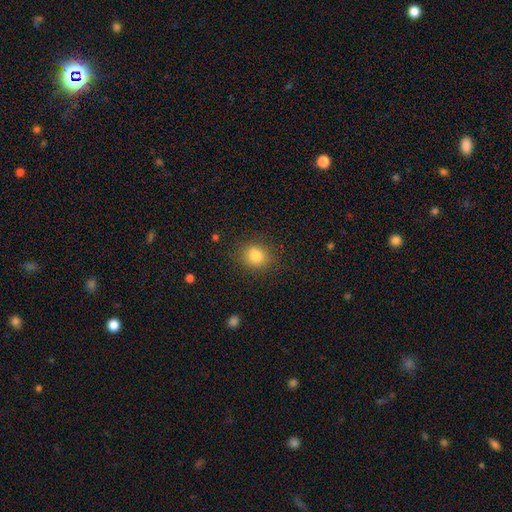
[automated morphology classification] Smooth or featured? Predicted: smooth (p=0.83). How rounded? Predicted: round (p=0.70). Merging? Predicted: none (p=0.84).